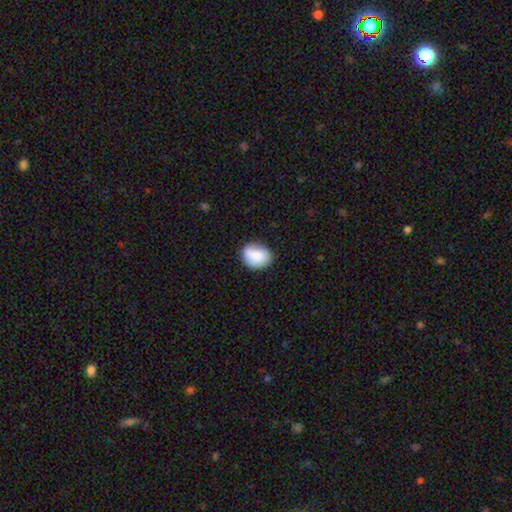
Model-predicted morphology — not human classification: A smooth galaxy with no disk features (85%) that is in between round and cigar-shaped (53%).

Vote fractions:
- Smooth or featured? smooth: 85% / featured or disk: 7% / star or artifact: 7%
- How rounded? in between: 53% / round: 46% / cigar-shaped: 1%
- Merging? none: 79% / minor disturbance: 16% / major disturbance: 3% / merger: 2%